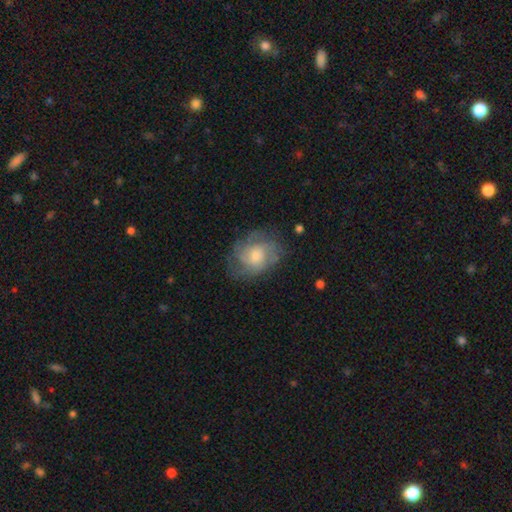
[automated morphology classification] smooth-or-featured: featured or disk: 59% | smooth: 33% | star or artifact: 8%
  disk-edge-on: no: 97% | yes: 3%
    bar: no: 75% | weak: 22% | strong: 3%
    has-spiral-arms: yes: 81% | no: 19%
    bulge-size: moderate: 50% | small: 42% | large: 5% | none: 2% | dominant: 1%
  merging: none: 68% | minor disturbance: 21% | major disturbance: 10% | merger: 1%